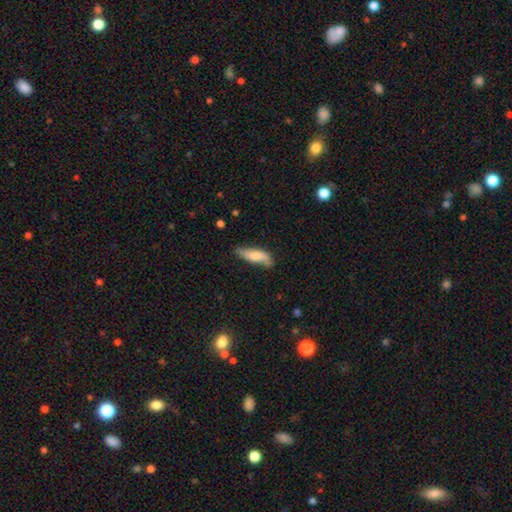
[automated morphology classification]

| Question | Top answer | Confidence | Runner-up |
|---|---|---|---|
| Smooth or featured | smooth | 68% | featured or disk (25%) |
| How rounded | in between | 52% | cigar-shaped (46%) |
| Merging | none | 56% | minor disturbance (33%) |